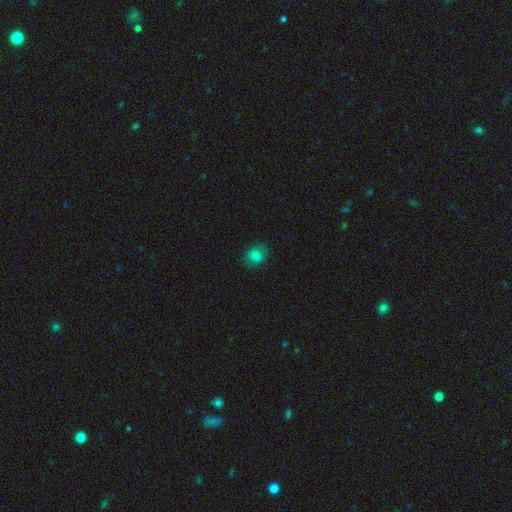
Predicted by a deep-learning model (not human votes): Smooth or featured?
  - smooth: 81% *
  - star or artifact: 13%
  - featured or disk: 5%
How rounded?
  - round: 58% *
  - in between: 41%
  - cigar-shaped: 1%
Merging?
  - none: 78% *
  - minor disturbance: 17%
  - major disturbance: 4%
  - merger: 1%